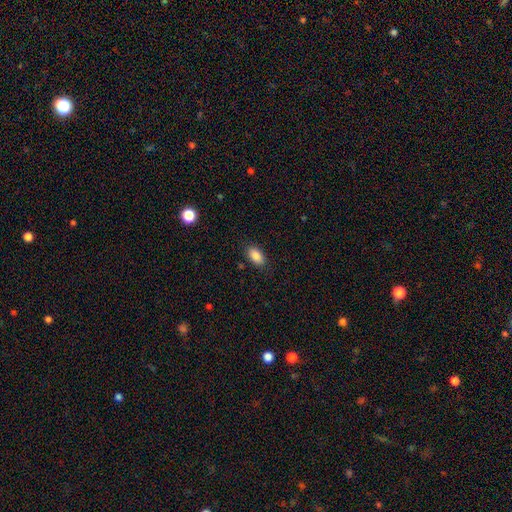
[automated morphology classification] Q: Smooth or featured?
A: smooth (88%); runner-up: star or artifact (8%)
Q: How rounded?
A: in between (93%); runner-up: round (5%)
Q: Merging?
A: none (86%); runner-up: minor disturbance (10%)